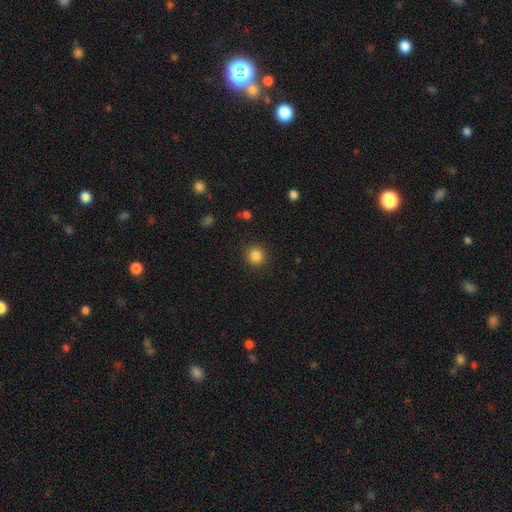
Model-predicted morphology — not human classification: smooth 85%, star or artifact 11%, featured or disk 4%. Down the decision tree: how rounded — round (91%); merging — none (90%).